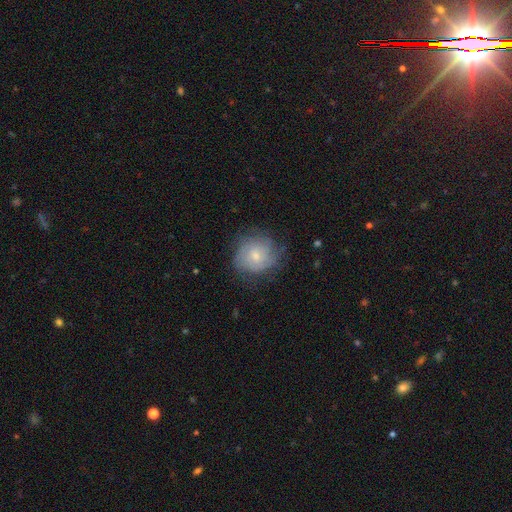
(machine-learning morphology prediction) Smooth or featured? Predicted: featured or disk (p=0.54). Edge-on disk? Predicted: no (p=0.97). Bar? Predicted: no (p=0.72). Spiral arms? Predicted: yes (p=0.82). Bulge size? Predicted: small (p=0.51). Merging? Predicted: none (p=0.69).